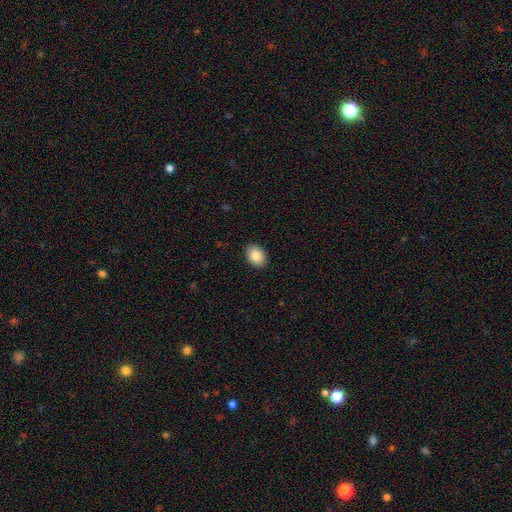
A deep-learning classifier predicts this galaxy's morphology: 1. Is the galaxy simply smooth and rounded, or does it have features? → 85% smooth, 8% star or artifact, 7% featured or disk.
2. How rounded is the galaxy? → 72% in between, 27% round, 1% cigar-shaped.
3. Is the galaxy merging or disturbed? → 90% none, 8% minor disturbance, 2% major disturbance, 1% merger.